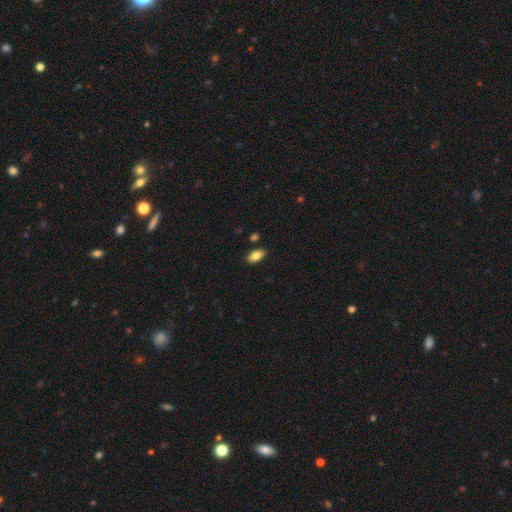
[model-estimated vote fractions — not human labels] This is clearly a smooth galaxy (83%). How rounded: clearly in between (92%). Merging: clearly none (87%).